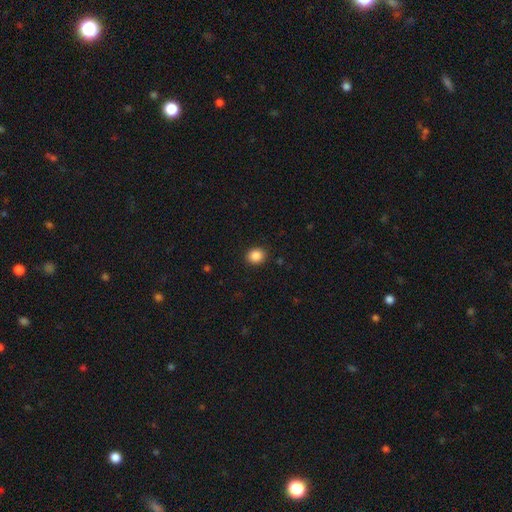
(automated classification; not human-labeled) Smooth or featured? smooth (87%)
How rounded? round (71%)
Merging? none (90%)